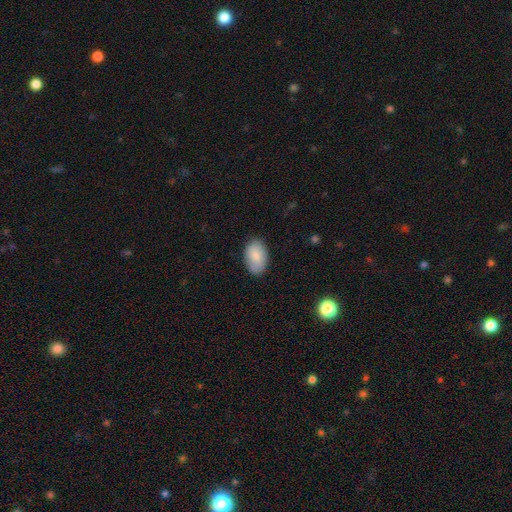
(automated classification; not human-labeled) smooth 87%, featured or disk 7%, star or artifact 6%. Down the decision tree: how rounded — in between (93%); merging — none (82%).